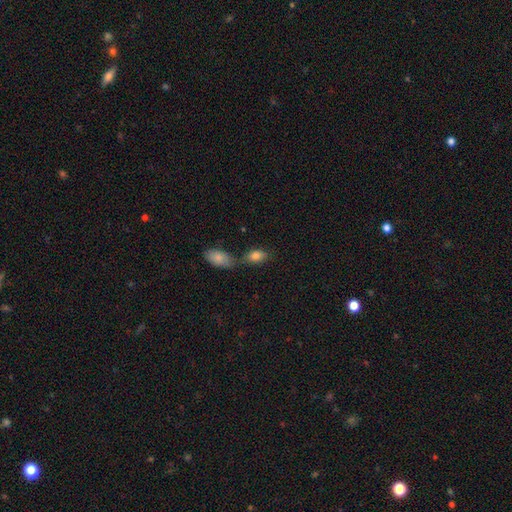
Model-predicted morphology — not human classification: Smooth or featured? Predicted: smooth (p=0.83). How rounded? Predicted: in between (p=0.87). Merging? Predicted: none (p=0.49).